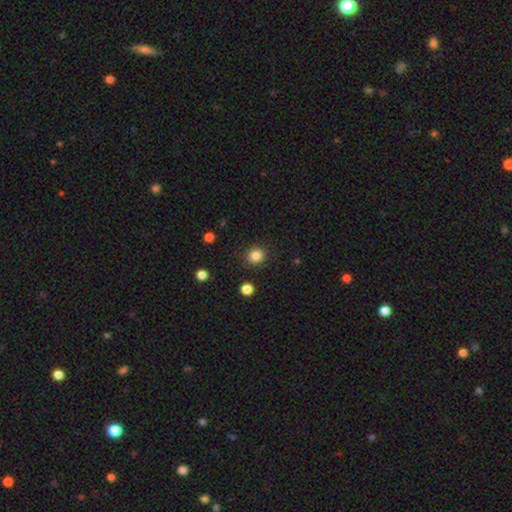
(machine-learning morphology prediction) Q: Smooth or featured?
A: smooth (84%); runner-up: star or artifact (12%)
Q: How rounded?
A: round (89%); runner-up: in between (11%)
Q: Merging?
A: none (90%); runner-up: minor disturbance (6%)